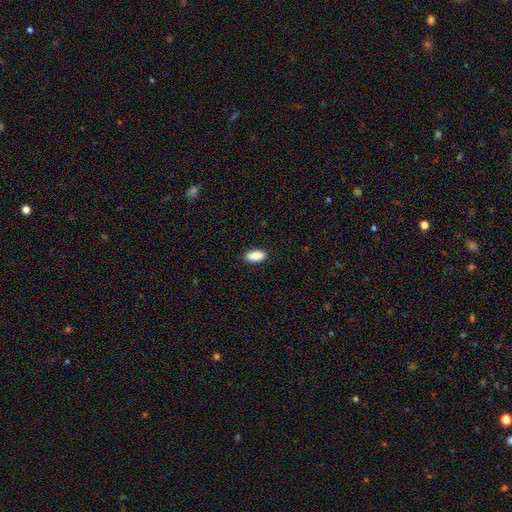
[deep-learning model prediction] smooth_or_featured: smooth (p=0.89) [alt: star or artifact p=0.07]
how_rounded: in between (p=0.92) [alt: cigar-shaped p=0.06]
merging: none (p=0.89) [alt: minor disturbance p=0.08]